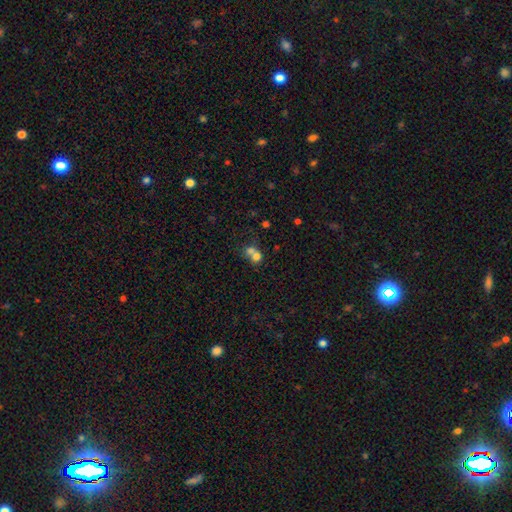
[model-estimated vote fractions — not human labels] Smooth or featured?
  - smooth: 70% *
  - featured or disk: 16%
  - star or artifact: 14%
How rounded?
  - round: 70% *
  - in between: 29%
  - cigar-shaped: 1%
Merging?
  - merger: 63% *
  - none: 26%
  - minor disturbance: 6%
  - major disturbance: 5%